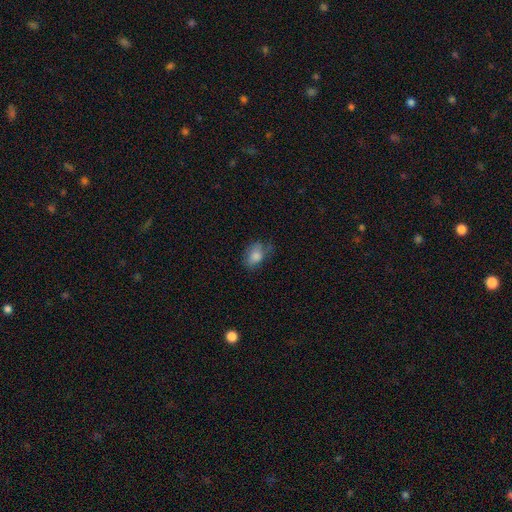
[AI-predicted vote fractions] smooth 78%, featured or disk 13%, star or artifact 10%. Down the decision tree: how rounded — in between (77%); merging — none (50%).